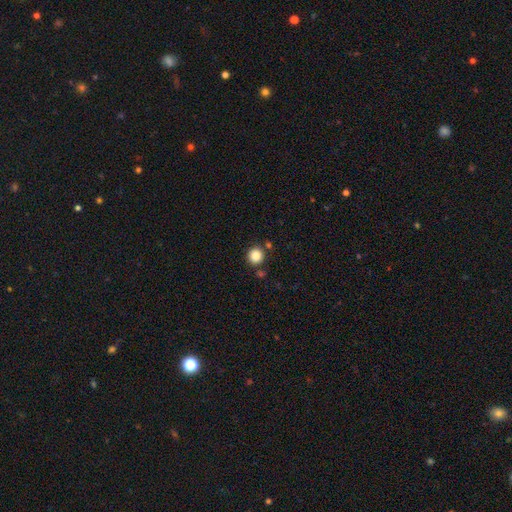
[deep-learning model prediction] The model was most divided on "smooth or featured": smooth: 86%, star or artifact: 10%, featured or disk: 3%. More confident: how rounded — round (92%); merging — none (84%).